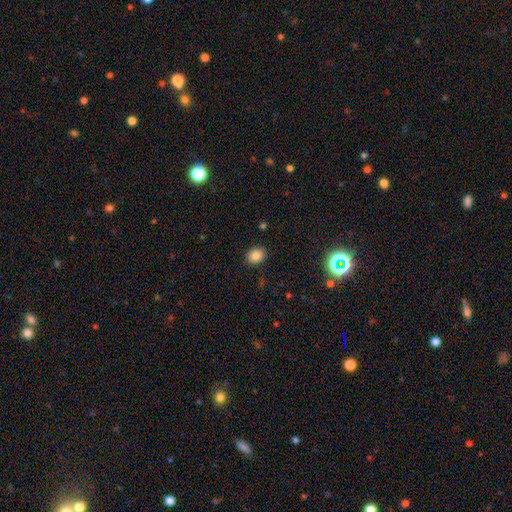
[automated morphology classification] smooth-or-featured: smooth: 85% | star or artifact: 11% | featured or disk: 4%
  how-rounded: in between: 52% | round: 47% | cigar-shaped: 1%
  merging: none: 89% | minor disturbance: 8% | major disturbance: 2% | merger: 1%